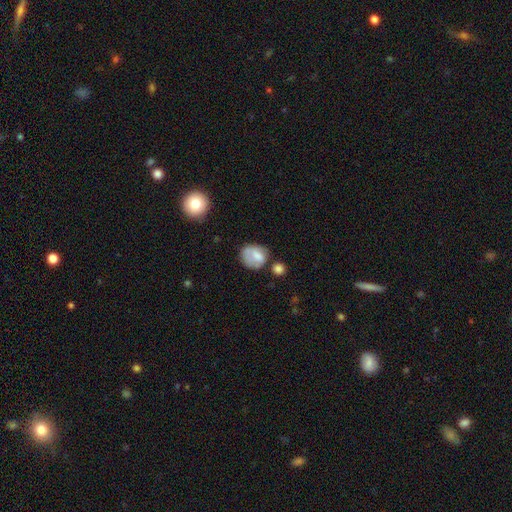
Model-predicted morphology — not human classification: Smooth or featured? Predicted: smooth (p=0.70). How rounded? Predicted: round (p=0.58). Merging? Predicted: none (p=0.45).